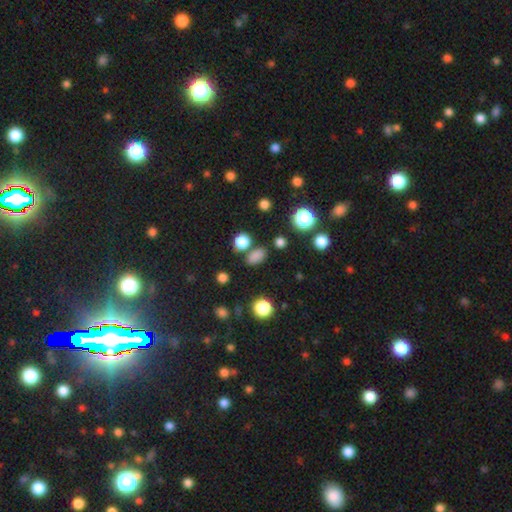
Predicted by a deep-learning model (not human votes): The model was most divided on "how rounded": in between: 75%, round: 22%, cigar-shaped: 3%. More confident: smooth or featured — smooth (79%); merging — none (76%).